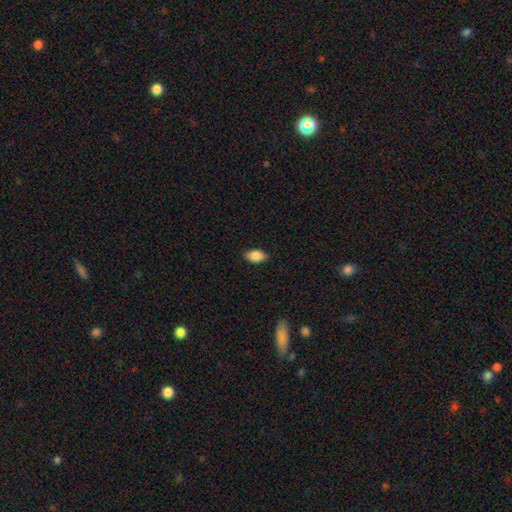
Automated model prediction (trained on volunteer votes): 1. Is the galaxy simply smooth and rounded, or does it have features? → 87% smooth, 7% star or artifact, 6% featured or disk.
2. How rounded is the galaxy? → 91% in between, 6% round, 3% cigar-shaped.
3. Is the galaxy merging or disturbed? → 86% none, 11% minor disturbance, 2% major disturbance, 1% merger.